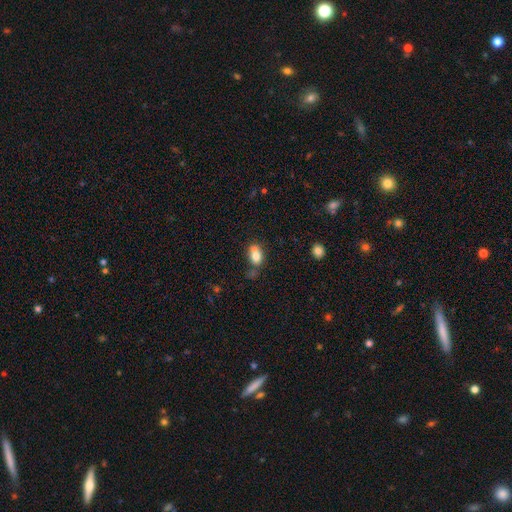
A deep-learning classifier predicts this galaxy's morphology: A smooth galaxy with no disk features (77%) that is in between round and cigar-shaped (79%).

Vote fractions:
- Smooth or featured? smooth: 77% / featured or disk: 14% / star or artifact: 9%
- How rounded? in between: 79% / round: 17% / cigar-shaped: 4%
- Merging? none: 41% / merger: 27% / minor disturbance: 23% / major disturbance: 9%